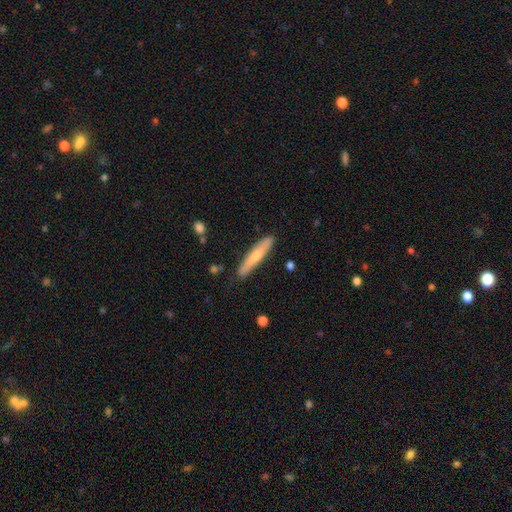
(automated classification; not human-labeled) Smooth or featured?
  - smooth: 62% *
  - featured or disk: 32%
  - star or artifact: 6%
How rounded?
  - cigar-shaped: 90% *
  - in between: 8%
  - round: 1%
Merging?
  - none: 85% *
  - minor disturbance: 11%
  - major disturbance: 2%
  - merger: 2%